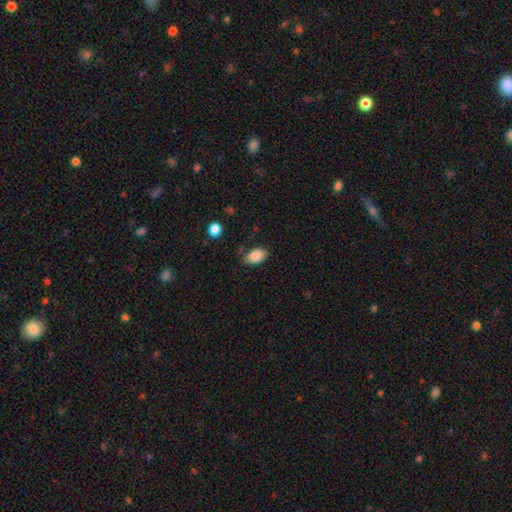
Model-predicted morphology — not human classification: This appears to be a smooth galaxy with no disk features (88%) that is in between round and cigar-shaped (91%). Merging: none (77%).